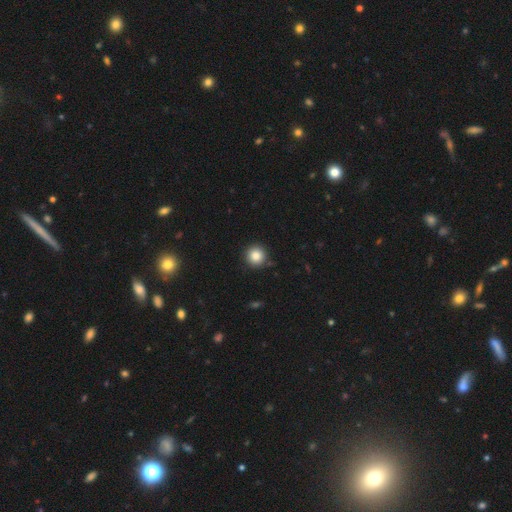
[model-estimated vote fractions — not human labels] This appears to be a smooth galaxy with no disk features (85%) that is round (95%). Merging: none (89%).